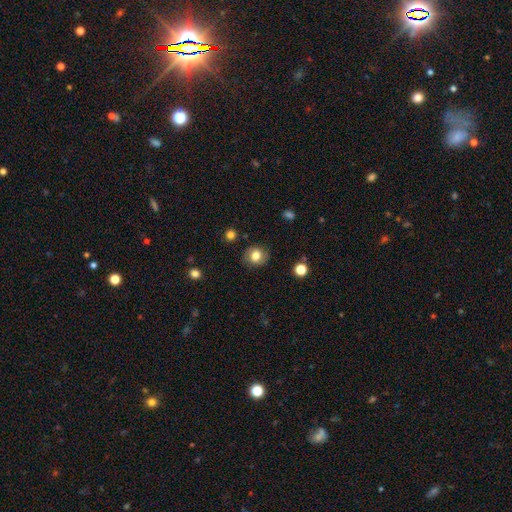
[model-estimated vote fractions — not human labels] This appears to be a smooth galaxy with no disk features (78%) that is round (78%). Merging: none (84%).